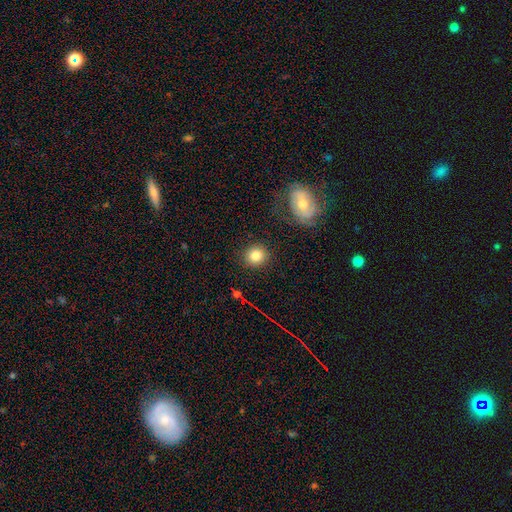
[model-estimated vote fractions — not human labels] Smooth or featured? smooth (83%)
How rounded? round (86%)
Merging? none (89%)